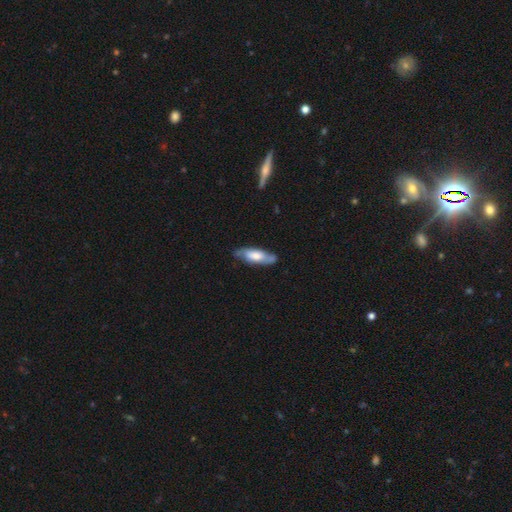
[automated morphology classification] Smooth or featured?
  - smooth: 51% *
  - featured or disk: 43%
  - star or artifact: 6%
How rounded?
  - in between: 57% *
  - cigar-shaped: 41%
  - round: 2%
Merging?
  - none: 72% *
  - minor disturbance: 21%
  - major disturbance: 5%
  - merger: 2%